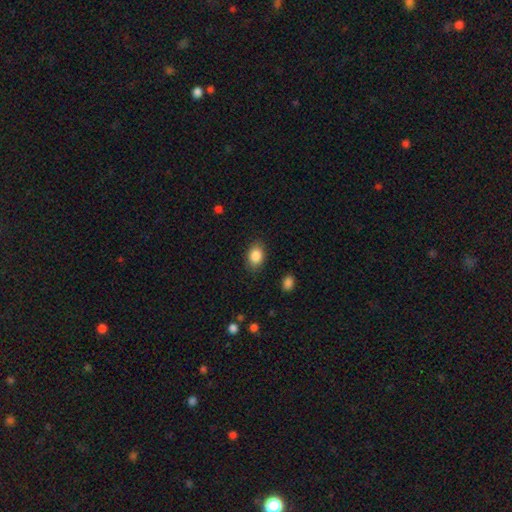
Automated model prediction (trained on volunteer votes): A smooth galaxy with no disk features (87%) that is in between round and cigar-shaped (80%). Merging: none (85%).